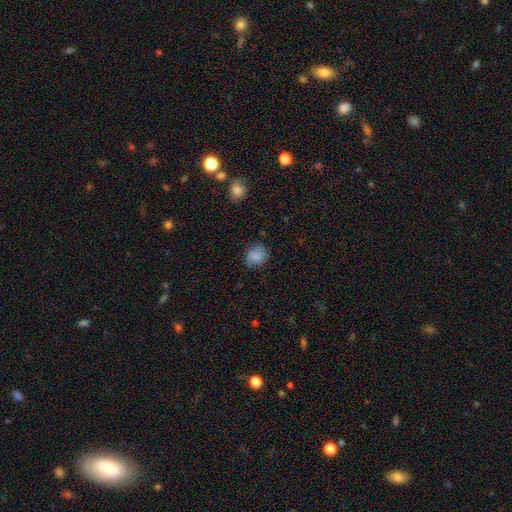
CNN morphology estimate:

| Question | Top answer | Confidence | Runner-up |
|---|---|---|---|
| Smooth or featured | smooth | 81% | featured or disk (10%) |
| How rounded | round | 69% | in between (30%) |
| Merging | none | 73% | minor disturbance (21%) |